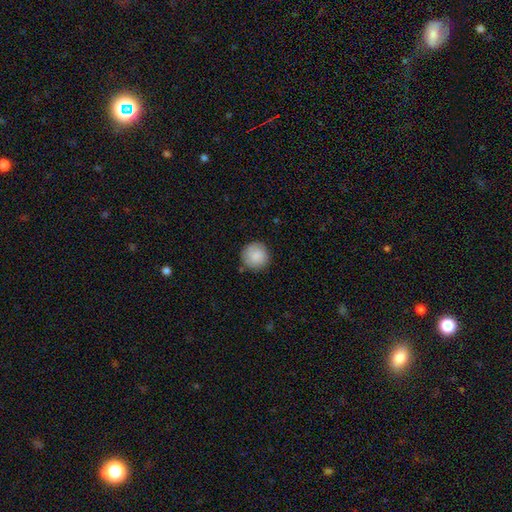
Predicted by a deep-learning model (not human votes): This appears to be a smooth galaxy with no disk features (86%) that is round (95%). Merging: none (87%).